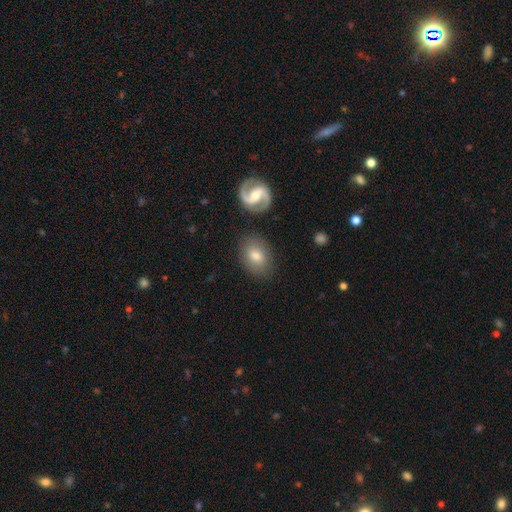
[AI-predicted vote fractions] Smooth or featured? Predicted: smooth (p=0.65). How rounded? Predicted: in between (p=0.70). Merging? Predicted: none (p=0.81).